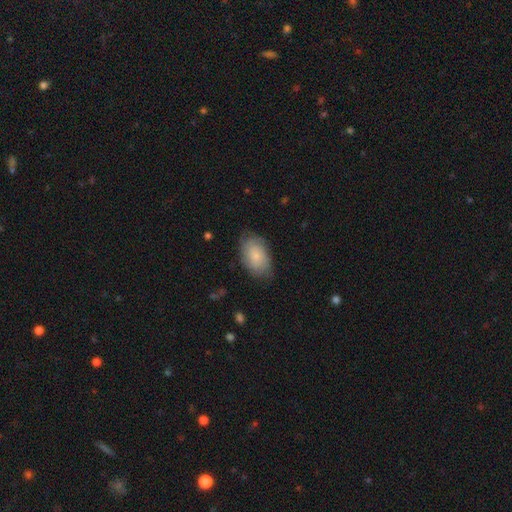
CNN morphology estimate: Smooth or featured?
  - smooth: 68% *
  - featured or disk: 26%
  - star or artifact: 6%
How rounded?
  - in between: 92% *
  - round: 7%
  - cigar-shaped: 2%
Merging?
  - none: 73% *
  - minor disturbance: 21%
  - major disturbance: 5%
  - merger: 1%